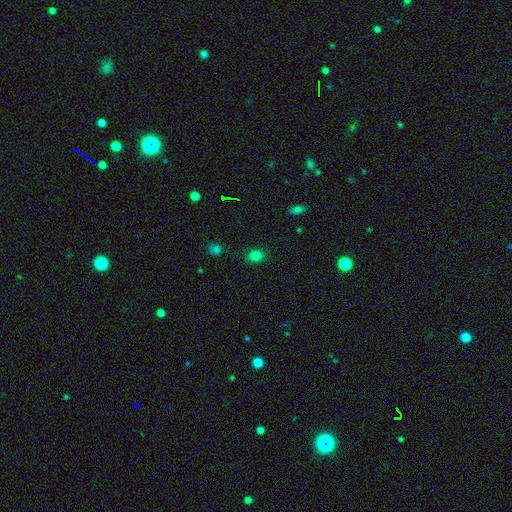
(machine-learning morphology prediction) smooth_or_featured: smooth (p=0.79) [alt: star or artifact p=0.16]
how_rounded: round (p=0.58) [alt: in between p=0.40]
merging: none (p=0.85) [alt: minor disturbance p=0.11]